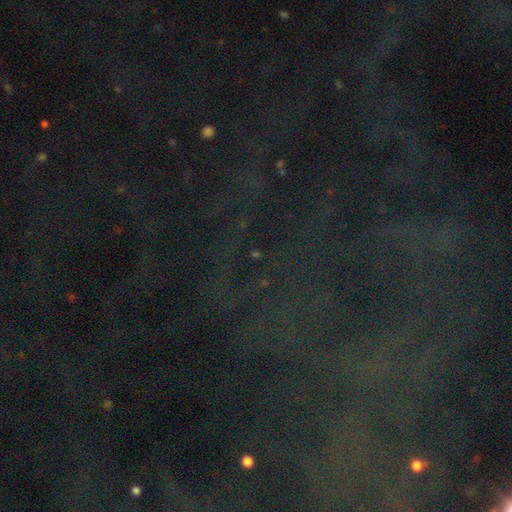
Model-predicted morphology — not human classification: A star or artifact, not a galaxy (82%).